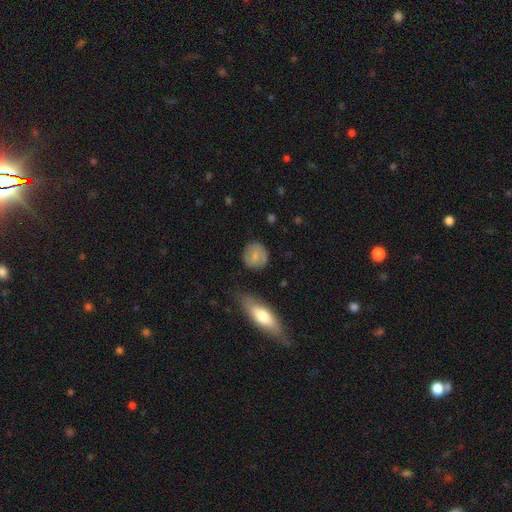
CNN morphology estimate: smooth 68%, featured or disk 25%, star or artifact 7%. Down the decision tree: how rounded — round (82%); merging — none (75%).